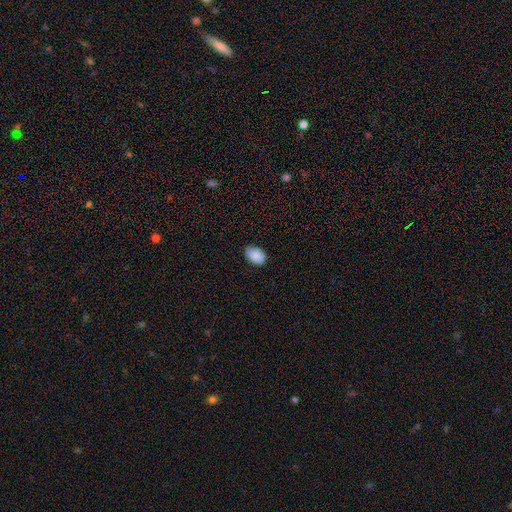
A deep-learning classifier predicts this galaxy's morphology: A smooth galaxy with no disk features (89%) that is in between round and cigar-shaped (87%). Merging: none (84%).